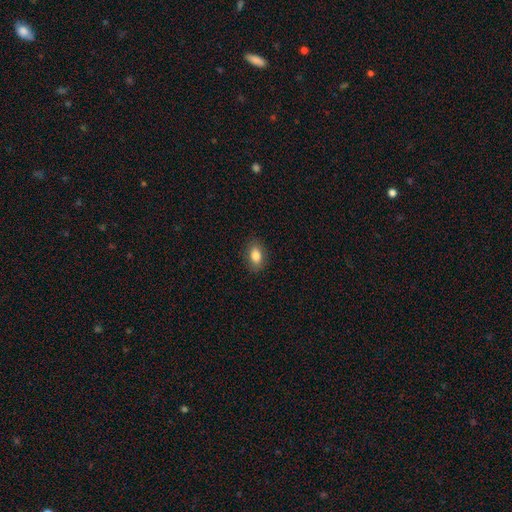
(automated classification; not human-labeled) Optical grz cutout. It shows a smooth galaxy with no disk features (84%) that is in between round and cigar-shaped (87%). Merging: none (87%).